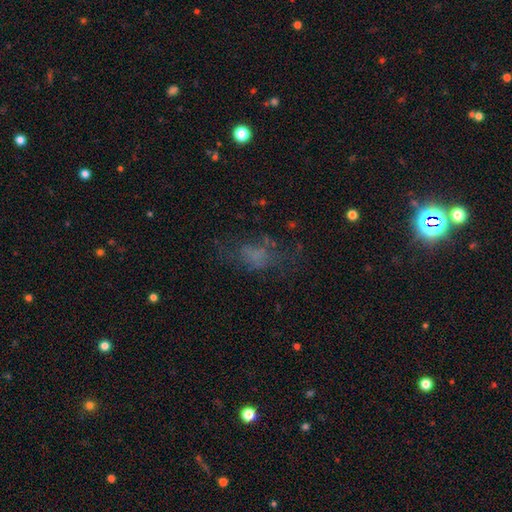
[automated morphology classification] A smooth galaxy with no disk features (46%). Merging: none (47%).